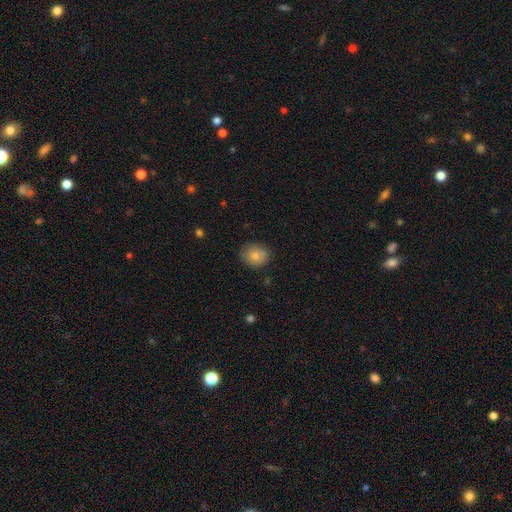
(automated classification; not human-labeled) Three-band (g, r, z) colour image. It shows a smooth galaxy with no disk features (81%) that is round (66%). Merging: none (80%).